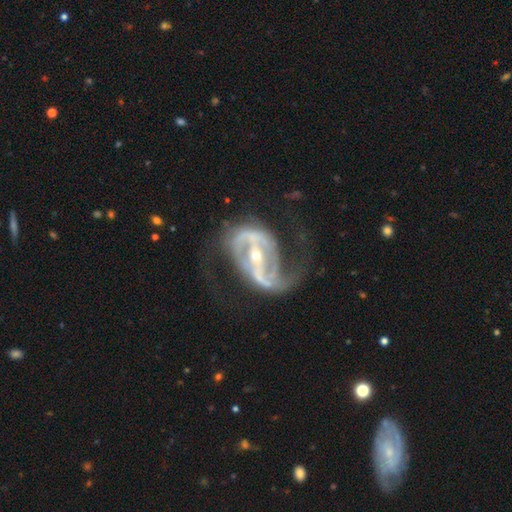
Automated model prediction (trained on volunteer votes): smooth_or_featured: featured or disk (p=0.90) [alt: star or artifact p=0.05]
disk_edge_on: no (p=0.96) [alt: yes p=0.04]
bar: strong (p=0.71) [alt: weak p=0.20]
has_spiral_arms: yes (p=0.92) [alt: no p=0.08]
spiral_winding: medium (p=0.46) [alt: loose p=0.37]
spiral_arm_count: 2 (p=0.82) [alt: 1 p=0.07]
bulge_size: small (p=0.63) [alt: moderate p=0.34]
merging: none (p=0.49) [alt: major disturbance p=0.29]